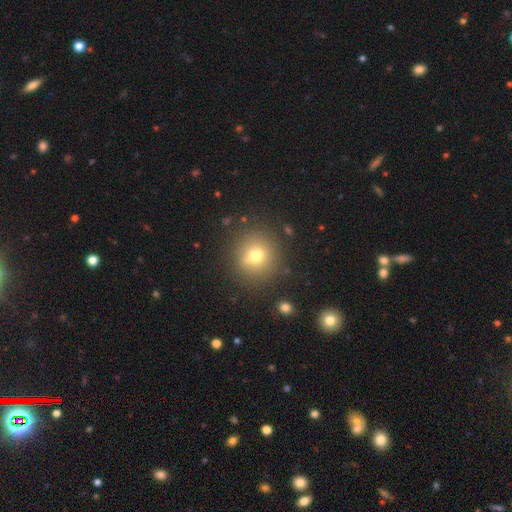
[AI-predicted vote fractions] Q: Smooth or featured?
A: smooth (71%); runner-up: star or artifact (16%)
Q: How rounded?
A: round (91%); runner-up: in between (8%)
Q: Merging?
A: none (83%); runner-up: minor disturbance (9%)